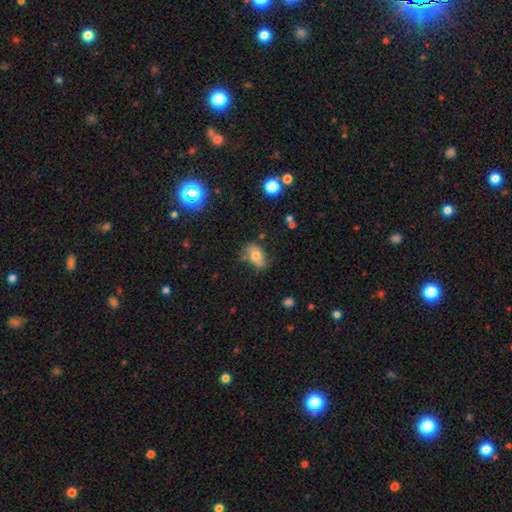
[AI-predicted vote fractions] This appears to be a smooth galaxy with no disk features (68%) that is in between round and cigar-shaped (86%). Merging: none (62%).